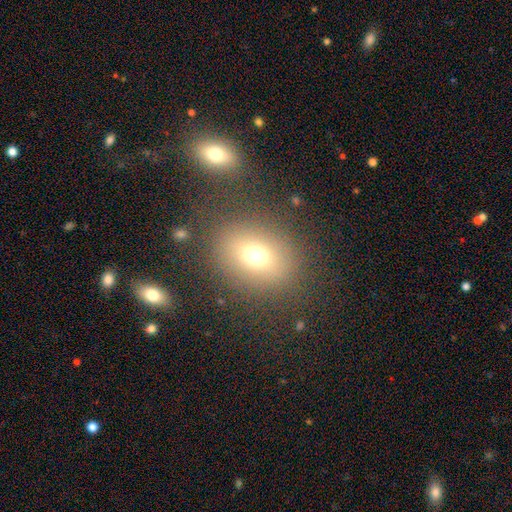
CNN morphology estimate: A smooth galaxy with no disk features (70%) that is round (52%).

Vote fractions:
- Smooth or featured? smooth: 70% / star or artifact: 17% / featured or disk: 13%
- How rounded? round: 52% / in between: 46% / cigar-shaped: 1%
- Merging? none: 81% / minor disturbance: 10% / major disturbance: 5% / merger: 4%